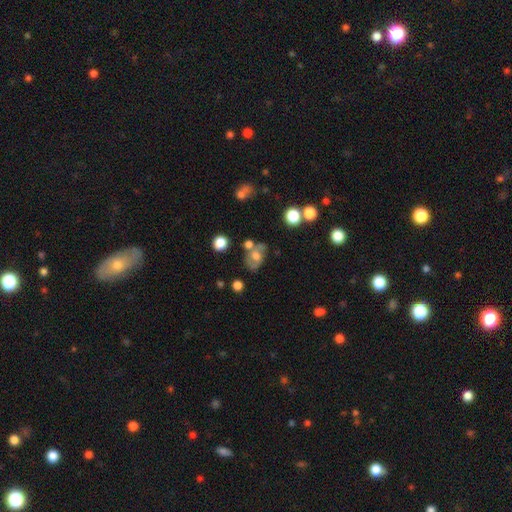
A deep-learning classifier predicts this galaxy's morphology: Smooth or featured: smooth — 54% (featured or disk — 34%)
How rounded: in between — 68% (round — 31%)
Merging: none — 47% (minor disturbance — 21%)